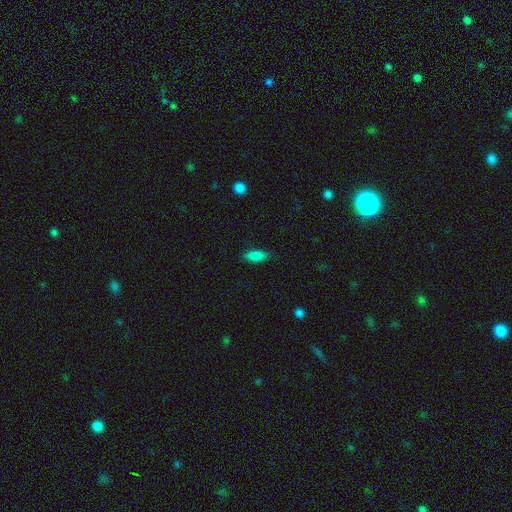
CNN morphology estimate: Smooth or featured?
  - smooth: 86% *
  - star or artifact: 8%
  - featured or disk: 6%
How rounded?
  - in between: 73% *
  - cigar-shaped: 25%
  - round: 2%
Merging?
  - none: 82% *
  - minor disturbance: 14%
  - major disturbance: 3%
  - merger: 1%